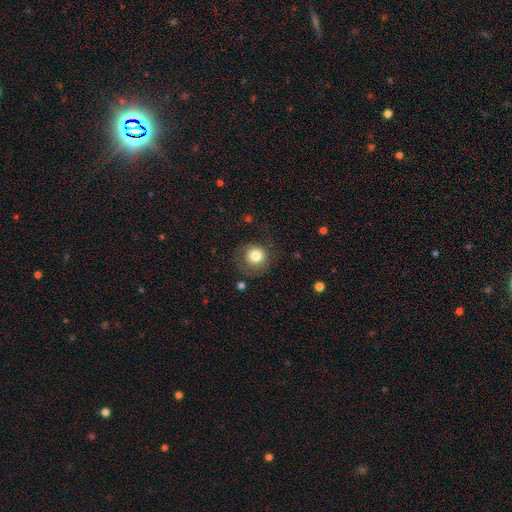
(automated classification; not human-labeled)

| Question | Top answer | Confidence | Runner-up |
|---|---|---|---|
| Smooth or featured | smooth | 80% | featured or disk (11%) |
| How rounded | round | 91% | in between (8%) |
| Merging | none | 69% | minor disturbance (18%) |